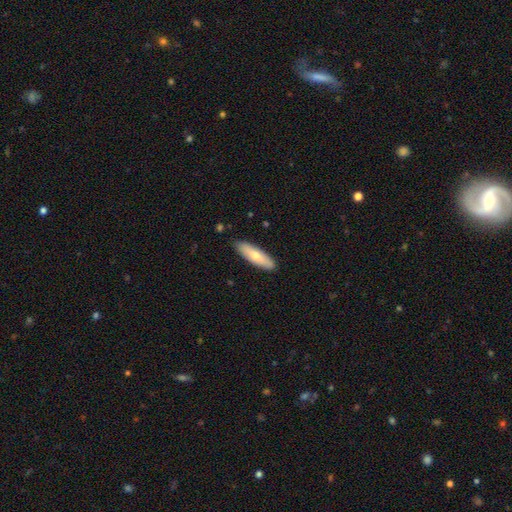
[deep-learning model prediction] Smooth or featured?
  - smooth: 69% *
  - featured or disk: 25%
  - star or artifact: 5%
How rounded?
  - cigar-shaped: 58% *
  - in between: 40%
  - round: 2%
Merging?
  - none: 87% *
  - minor disturbance: 10%
  - major disturbance: 2%
  - merger: 1%